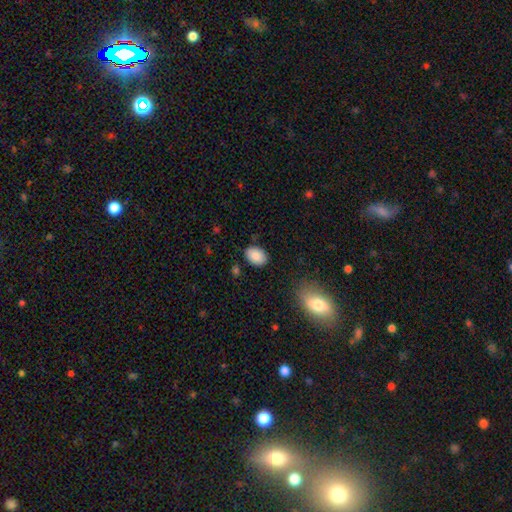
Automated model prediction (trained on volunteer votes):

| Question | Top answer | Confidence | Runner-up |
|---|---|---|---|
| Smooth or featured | smooth | 88% | star or artifact (7%) |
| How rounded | in between | 81% | round (18%) |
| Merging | none | 83% | minor disturbance (12%) |